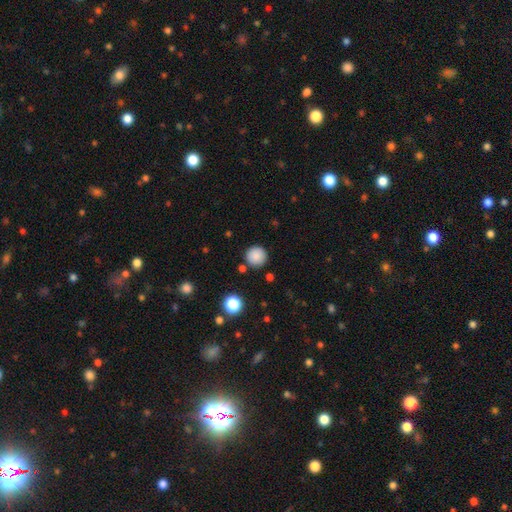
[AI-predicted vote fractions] Smooth or featured?
  - smooth: 86% *
  - star or artifact: 10%
  - featured or disk: 4%
How rounded?
  - round: 96% *
  - in between: 3%
  - cigar-shaped: 1%
Merging?
  - none: 88% *
  - minor disturbance: 7%
  - merger: 3%
  - major disturbance: 2%